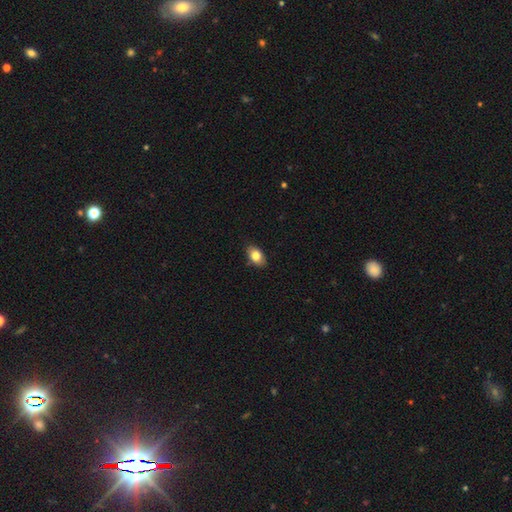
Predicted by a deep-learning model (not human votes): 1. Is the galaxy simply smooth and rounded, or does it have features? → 81% smooth, 12% featured or disk, 8% star or artifact.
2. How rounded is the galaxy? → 87% in between, 11% round, 2% cigar-shaped.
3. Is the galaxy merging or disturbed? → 86% none, 11% minor disturbance, 2% major disturbance, 1% merger.